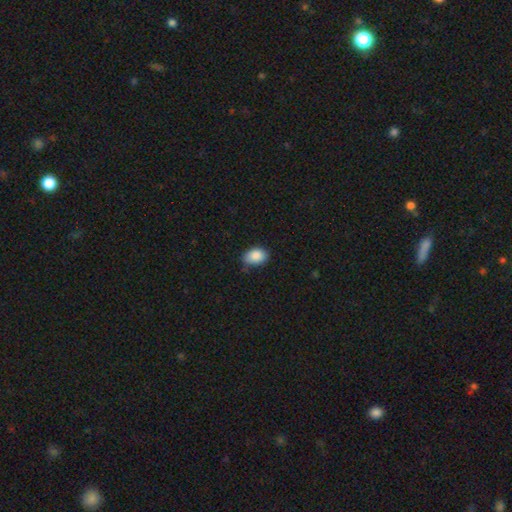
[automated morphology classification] This appears to be a smooth galaxy with no disk features (88%) that is in between round and cigar-shaped (85%). Merging: none (72%).